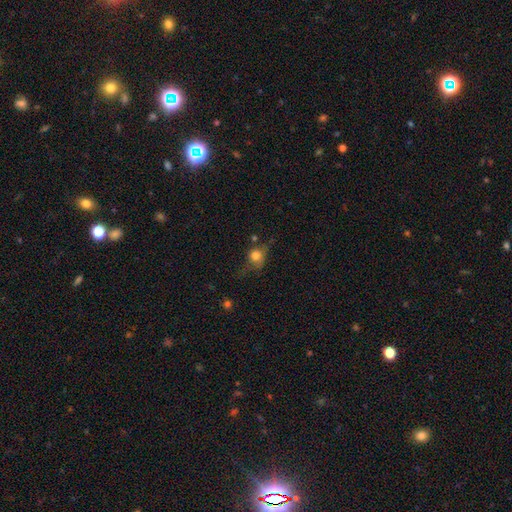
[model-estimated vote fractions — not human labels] This is likely a smooth galaxy (72%). How rounded: likely round (75%). Merging: possibly none (48%).